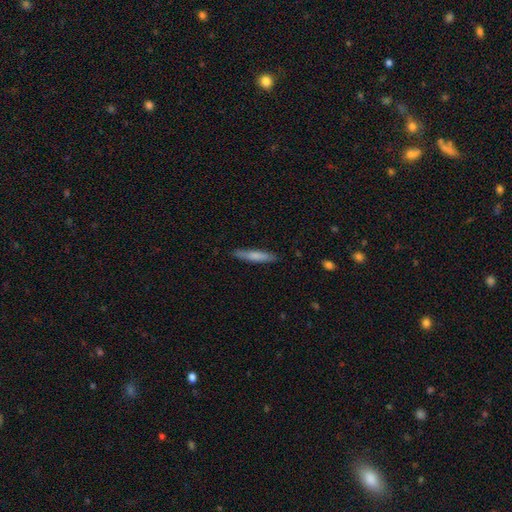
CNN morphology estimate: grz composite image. It shows a smooth galaxy with no disk features (74%) that is cigar-shaped (91%). Merging: none (87%).